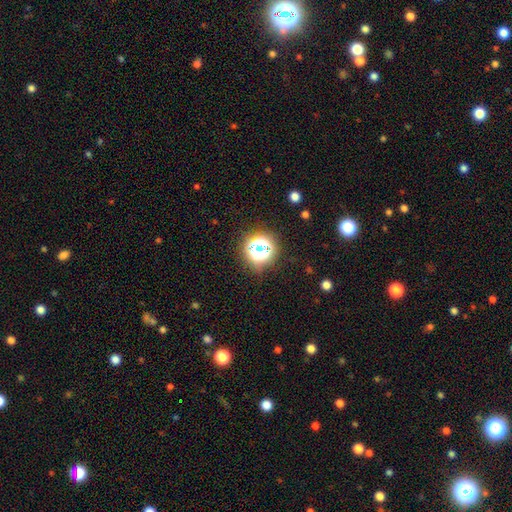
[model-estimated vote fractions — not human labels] The model was most divided on "smooth or featured": star or artifact: 47%, smooth: 42%, featured or disk: 11%.